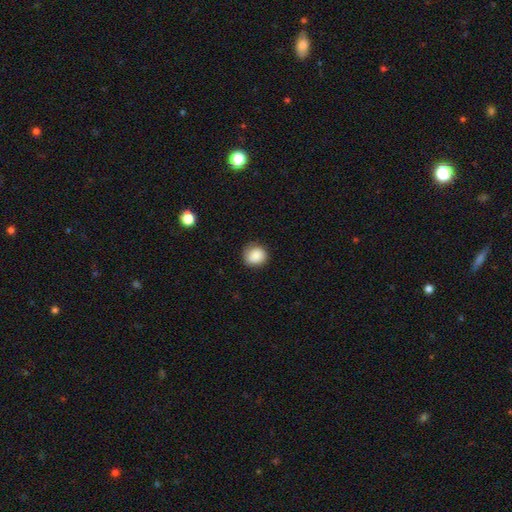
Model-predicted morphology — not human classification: A smooth galaxy with no disk features (85%) that is round (83%).

Vote fractions:
- Smooth or featured? smooth: 85% / star or artifact: 8% / featured or disk: 7%
- How rounded? round: 83% / in between: 16% / cigar-shaped: 1%
- Merging? none: 79% / minor disturbance: 16% / major disturbance: 4% / merger: 1%